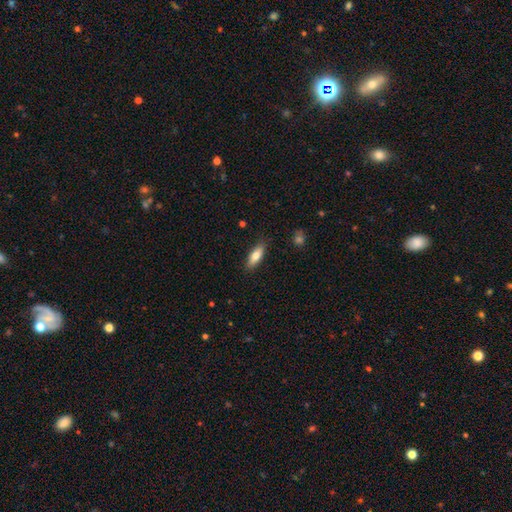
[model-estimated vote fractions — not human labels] This is likely a smooth galaxy (77%). How rounded: possibly in between (59%). Merging: clearly none (85%).